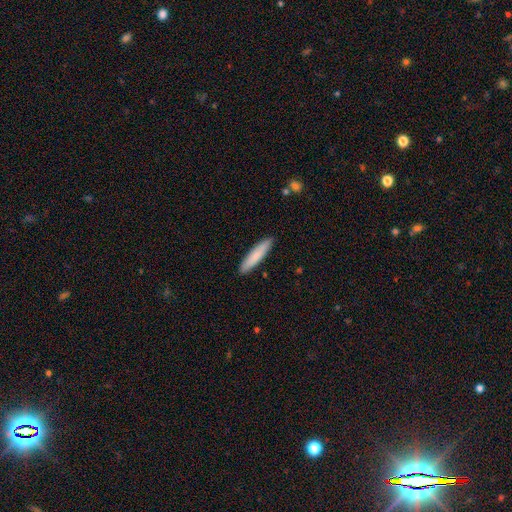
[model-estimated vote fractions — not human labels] smooth-or-featured: smooth: 81% | featured or disk: 14% | star or artifact: 5%
  how-rounded: cigar-shaped: 87% | in between: 12% | round: 1%
  merging: none: 91% | minor disturbance: 7% | major disturbance: 1% | merger: 1%